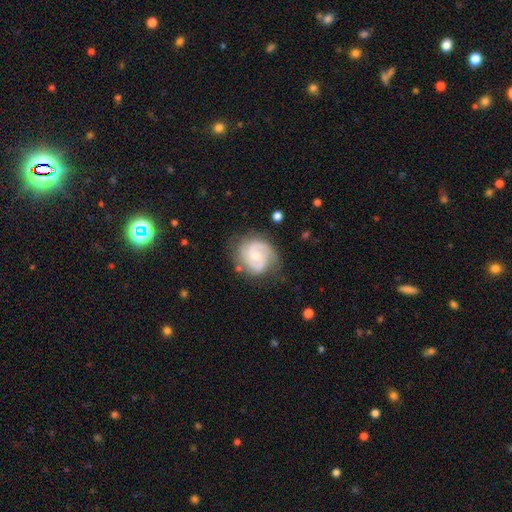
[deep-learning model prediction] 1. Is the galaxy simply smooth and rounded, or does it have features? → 83% featured or disk, 12% smooth, 5% star or artifact.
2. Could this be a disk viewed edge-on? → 98% no, 2% yes.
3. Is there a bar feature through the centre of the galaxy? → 55% no, 39% weak, 7% strong.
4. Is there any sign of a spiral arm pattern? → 96% yes, 4% no.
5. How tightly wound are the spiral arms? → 52% tight, 40% medium, 8% loose.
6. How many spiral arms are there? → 79% 2, 8% can't tell, 7% 3, 3% 1, 1% 4, 1% more than 4.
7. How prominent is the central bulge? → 49% moderate, 45% small, 3% none, 2% large, 1% dominant.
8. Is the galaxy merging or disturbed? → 74% none, 18% minor disturbance, 6% major disturbance, 2% merger.